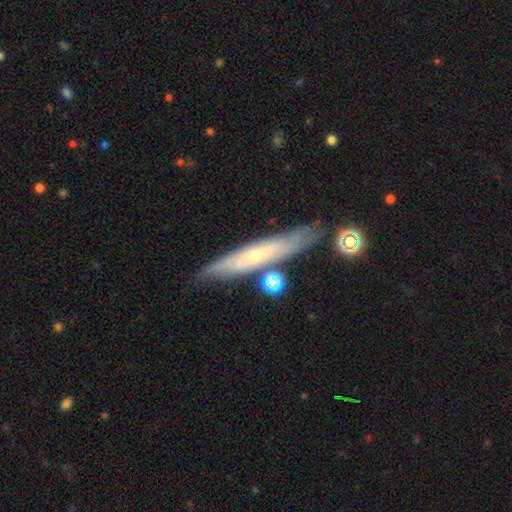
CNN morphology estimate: A featured or disk galaxy (54%) viewed edge-on (69%). Merging: none (78%).